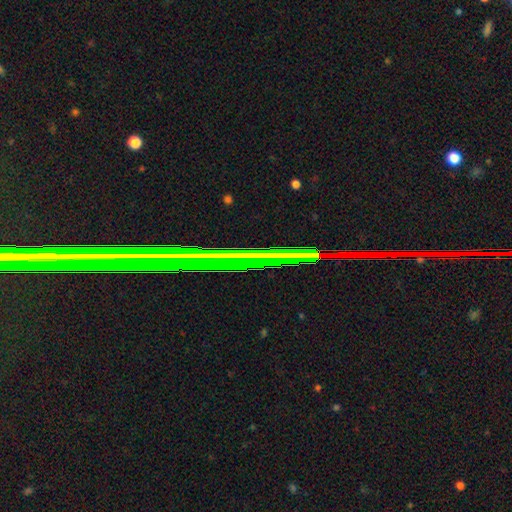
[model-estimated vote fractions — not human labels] star or artifact 79%, featured or disk 13%, smooth 8%.